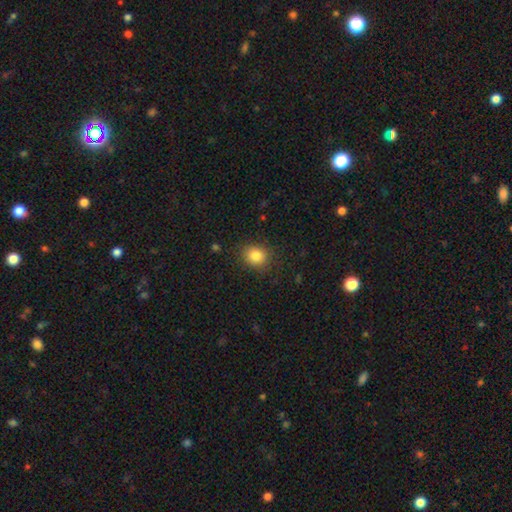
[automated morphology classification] Smooth or featured? smooth (83%)
How rounded? round (71%)
Merging? none (85%)